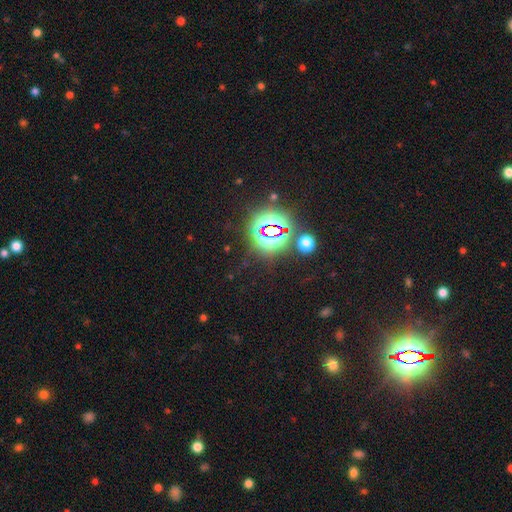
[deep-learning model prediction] smooth-or-featured: star or artifact: 82% | smooth: 11% | featured or disk: 7%